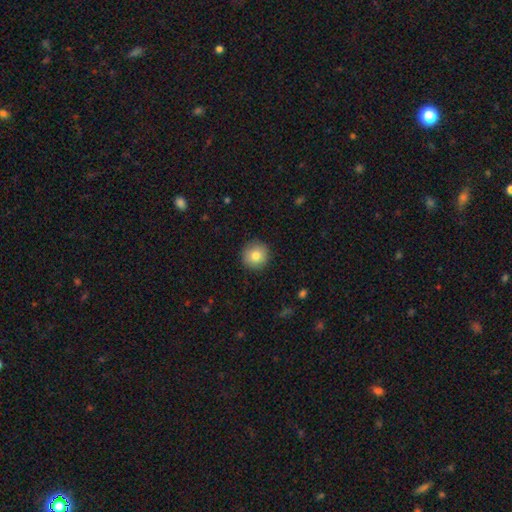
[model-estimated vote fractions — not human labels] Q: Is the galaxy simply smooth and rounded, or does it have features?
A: smooth — 81%.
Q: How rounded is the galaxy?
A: round — 95%.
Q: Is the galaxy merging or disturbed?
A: none — 91%.